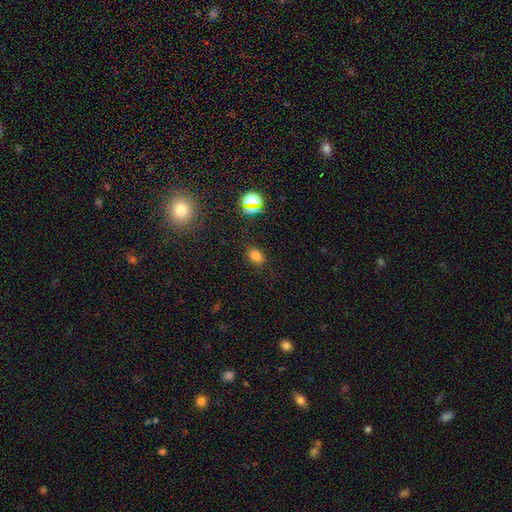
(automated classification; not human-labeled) Smooth or featured? smooth (75%)
How rounded? in between (67%)
Merging? none (85%)